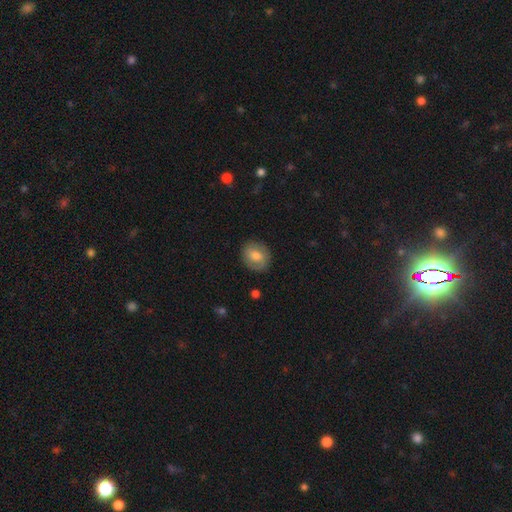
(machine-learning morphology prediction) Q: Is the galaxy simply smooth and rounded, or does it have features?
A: smooth — 62%.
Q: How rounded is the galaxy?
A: round — 59%.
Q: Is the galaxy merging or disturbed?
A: none — 83%.